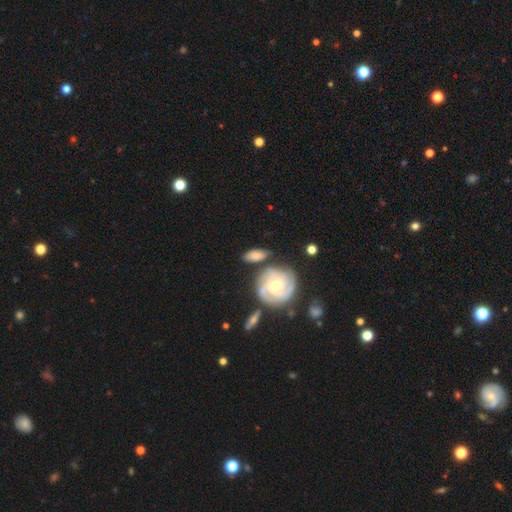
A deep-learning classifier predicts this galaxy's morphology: Smooth or featured? smooth (49%)
Merging? none (62%)